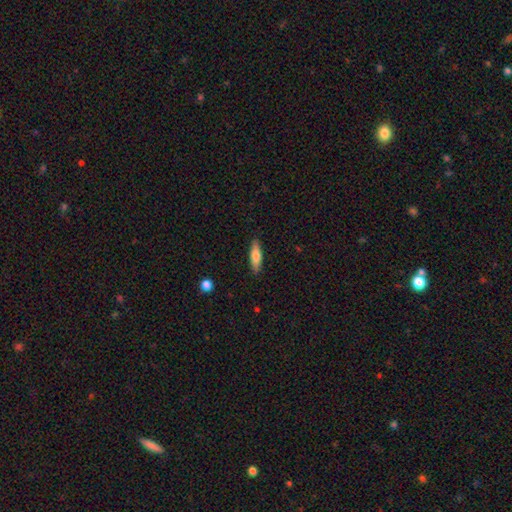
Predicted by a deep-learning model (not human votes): A smooth galaxy with no disk features (73%) that is cigar-shaped (56%).

Vote fractions:
- Smooth or featured? smooth: 73% / featured or disk: 21% / star or artifact: 6%
- How rounded? cigar-shaped: 56% / in between: 42% / round: 2%
- Merging? none: 88% / minor disturbance: 9% / major disturbance: 2% / merger: 1%